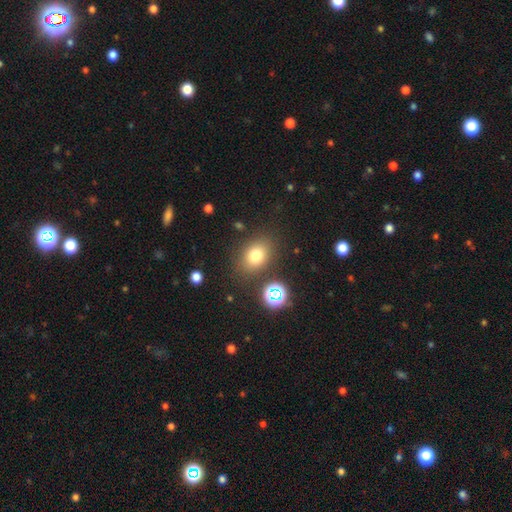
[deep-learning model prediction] This is likely a smooth galaxy (76%). How rounded: likely in between (62%). Merging: clearly none (81%).